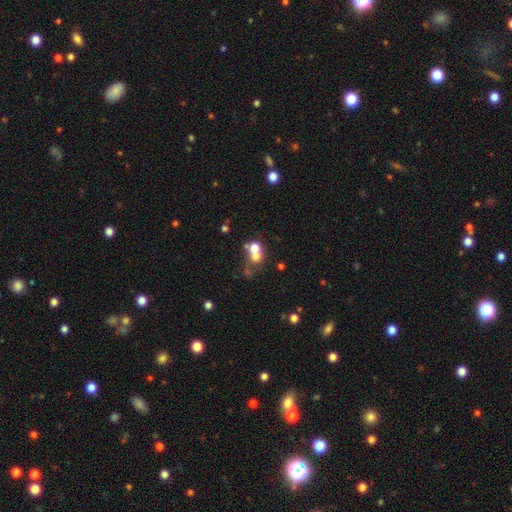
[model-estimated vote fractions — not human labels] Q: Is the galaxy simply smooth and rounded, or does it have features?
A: smooth — 62%.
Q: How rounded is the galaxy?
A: round — 77%.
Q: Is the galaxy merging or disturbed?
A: merger — 52%.